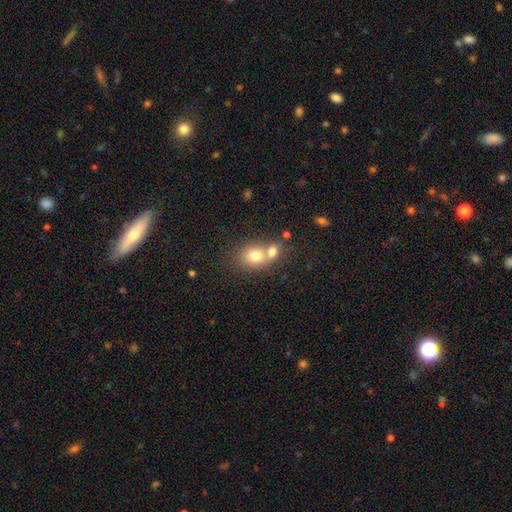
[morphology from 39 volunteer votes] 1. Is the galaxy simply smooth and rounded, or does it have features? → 79% smooth, 15% featured or disk, 5% star or artifact.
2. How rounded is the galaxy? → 81% round, 19% in between, 0% cigar-shaped.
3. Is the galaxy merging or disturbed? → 54% merger, 38% none, 8% major disturbance, 0% minor disturbance.